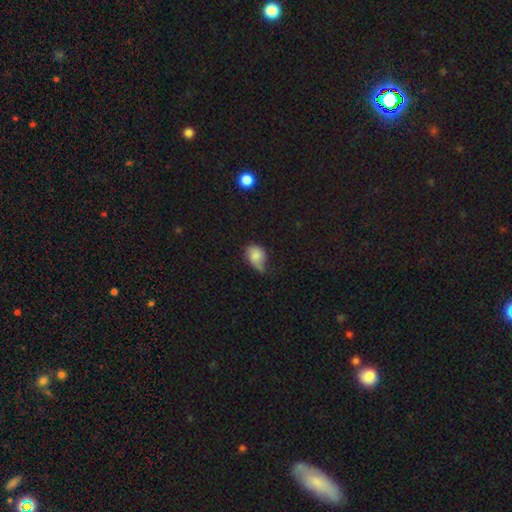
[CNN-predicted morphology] Smooth or featured?
  - smooth: 71% *
  - featured or disk: 20%
  - star or artifact: 9%
How rounded?
  - in between: 68% *
  - round: 31%
  - cigar-shaped: 1%
Merging?
  - minor disturbance: 45% *
  - none: 30%
  - major disturbance: 22%
  - merger: 3%